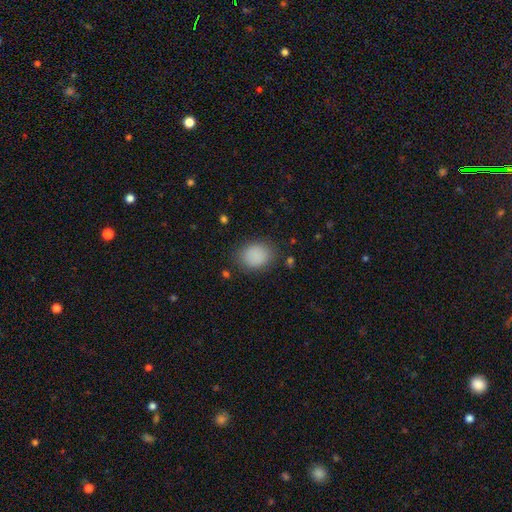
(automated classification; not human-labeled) Overall: smooth (87%). How rounded: in between (55%; round 45%). Merging: none (82%).